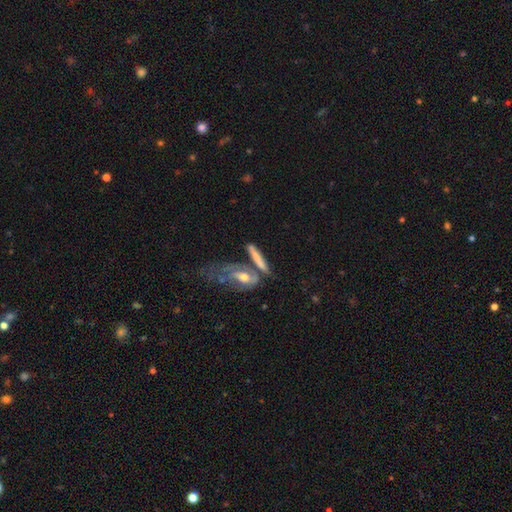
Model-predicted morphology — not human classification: This appears to be a featured or disk galaxy (48%). Merging: none (36%).